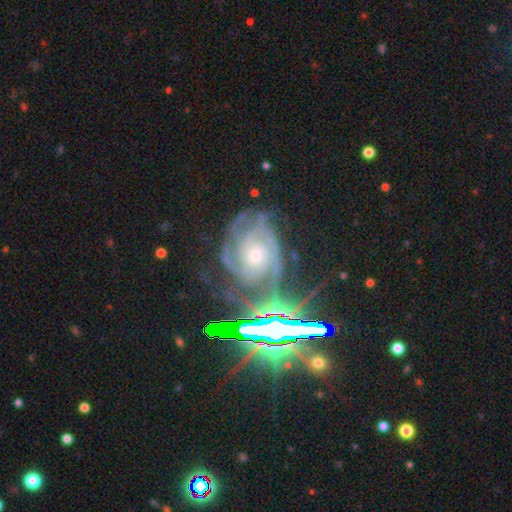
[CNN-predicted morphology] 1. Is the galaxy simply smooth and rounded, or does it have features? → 81% featured or disk, 13% star or artifact, 7% smooth.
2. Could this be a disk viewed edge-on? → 96% no, 4% yes.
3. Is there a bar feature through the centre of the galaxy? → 73% no, 20% weak, 7% strong.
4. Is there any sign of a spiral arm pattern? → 96% yes, 4% no.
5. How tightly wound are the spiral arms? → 64% tight, 30% medium, 6% loose.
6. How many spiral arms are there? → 30% 3, 24% can't tell, 18% 2, 14% 4, 7% more than 4, 7% 1.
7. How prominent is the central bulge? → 51% moderate, 40% small, 5% large, 3% none, 1% dominant.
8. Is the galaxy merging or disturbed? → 62% none, 20% minor disturbance, 14% major disturbance, 4% merger.